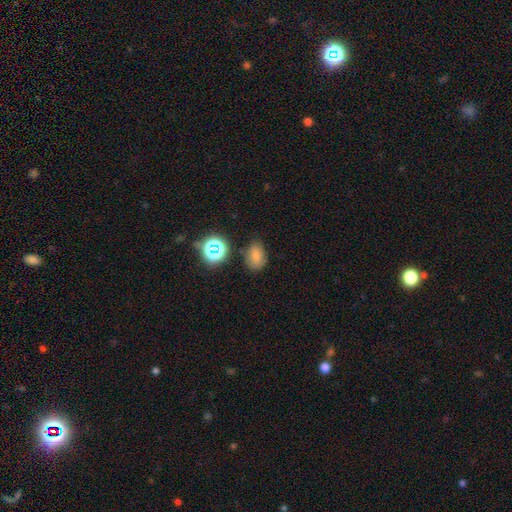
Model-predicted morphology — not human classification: Q: Smooth or featured?
A: smooth (53%); runner-up: star or artifact (34%)
Q: How rounded?
A: in between (59%); runner-up: round (39%)
Q: Merging?
A: none (78%); runner-up: minor disturbance (14%)